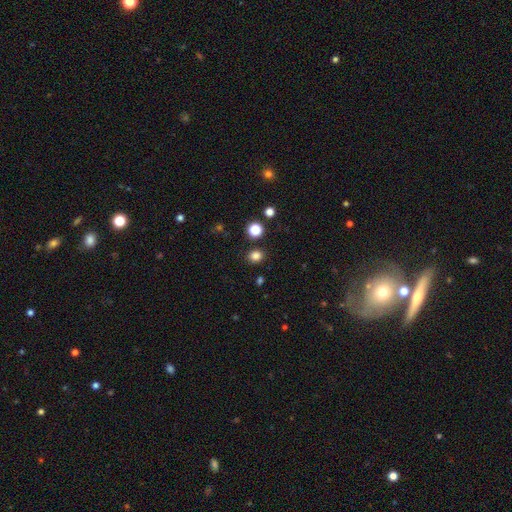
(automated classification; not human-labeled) Smooth or featured?
  - smooth: 81% *
  - star or artifact: 15%
  - featured or disk: 4%
How rounded?
  - round: 67% *
  - in between: 32%
  - cigar-shaped: 1%
Merging?
  - none: 87% *
  - minor disturbance: 7%
  - merger: 3%
  - major disturbance: 2%